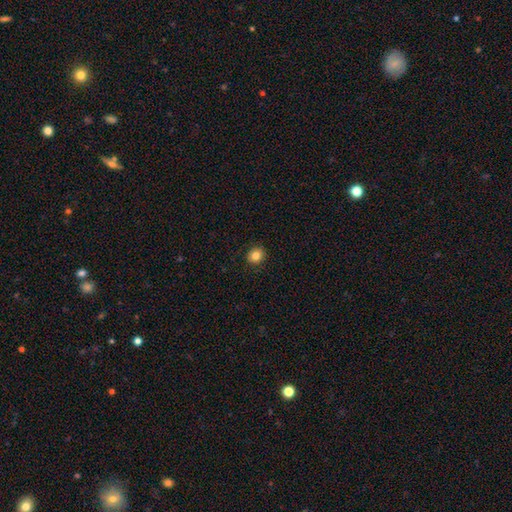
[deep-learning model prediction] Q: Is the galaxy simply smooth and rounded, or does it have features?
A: smooth — 83%.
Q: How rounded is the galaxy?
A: round — 83%.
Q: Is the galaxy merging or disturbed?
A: none — 91%.